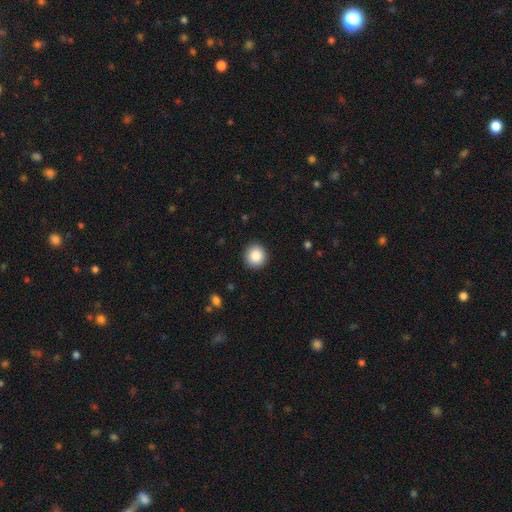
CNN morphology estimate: The model was most divided on "smooth or featured": smooth: 88%, star or artifact: 8%, featured or disk: 4%. More confident: merging — none (91%); how rounded — round (91%).